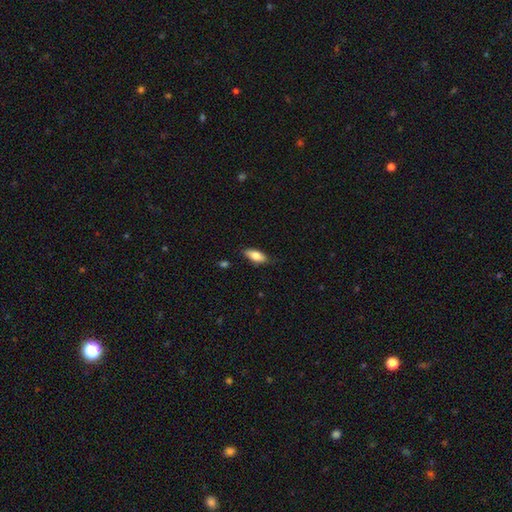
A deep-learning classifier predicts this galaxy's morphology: The model was most divided on "how rounded": in between: 80%, cigar-shaped: 17%, round: 2%. More confident: merging — none (79%); smooth or featured — smooth (79%).